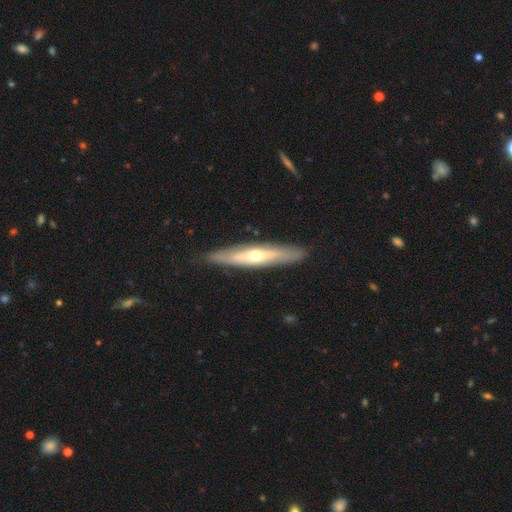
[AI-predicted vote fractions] featured or disk 57%, smooth 37%, star or artifact 5%. Down the decision tree: edge-on disk — yes (79%); merging — none (87%).